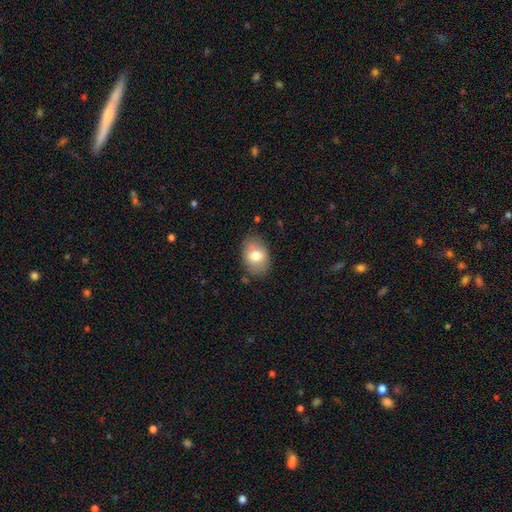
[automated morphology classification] A smooth galaxy with no disk features (72%) that is in between round and cigar-shaped (77%).

Vote fractions:
- Smooth or featured? smooth: 72% / featured or disk: 21% / star or artifact: 7%
- How rounded? in between: 77% / round: 22% / cigar-shaped: 1%
- Merging? none: 77% / minor disturbance: 16% / major disturbance: 4% / merger: 3%